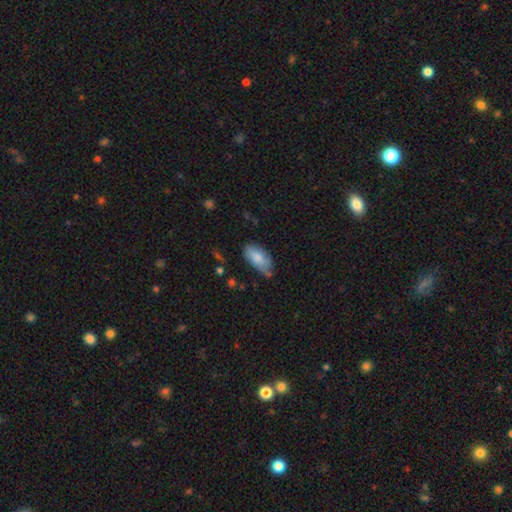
Smooth or featured? smooth (81%)
How rounded? in between (83%)
Merging? none (69%)